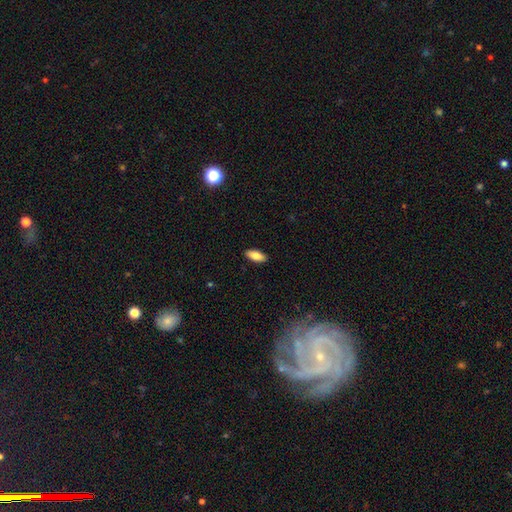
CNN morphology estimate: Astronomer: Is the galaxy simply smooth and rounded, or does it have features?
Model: smooth — 84%.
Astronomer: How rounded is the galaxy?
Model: in between — 82%.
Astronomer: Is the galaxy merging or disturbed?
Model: none — 90%.